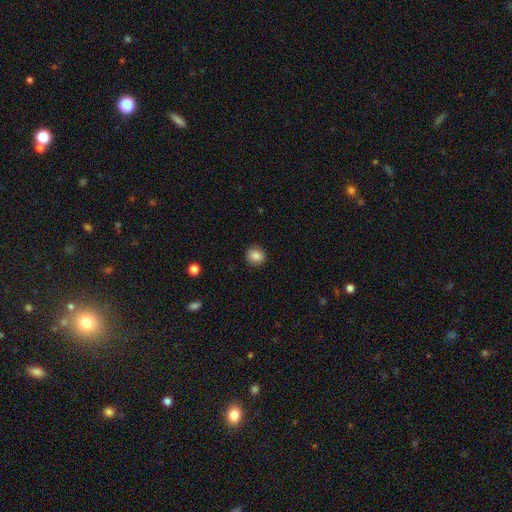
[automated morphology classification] A smooth galaxy with no disk features (85%) that is round (87%).

Vote fractions:
- Smooth or featured? smooth: 85% / star or artifact: 10% / featured or disk: 5%
- How rounded? round: 87% / in between: 13% / cigar-shaped: 1%
- Merging? none: 91% / minor disturbance: 6% / major disturbance: 2% / merger: 1%